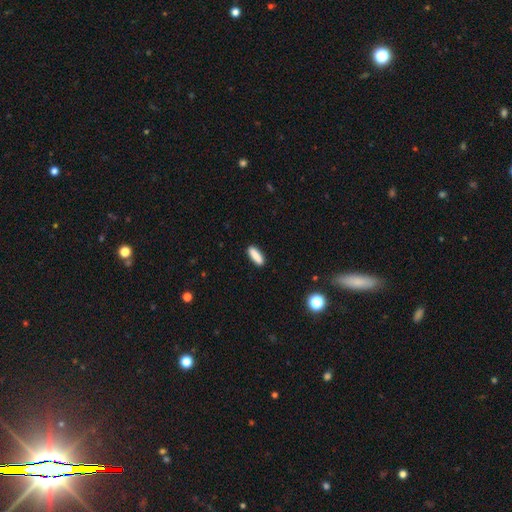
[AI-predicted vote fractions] Smooth or featured?
  - smooth: 87% *
  - star or artifact: 7%
  - featured or disk: 7%
How rounded?
  - in between: 49% * (tied)
  - cigar-shaped: 49% * (tied)
  - round: 2%
Merging?
  - none: 88% *
  - minor disturbance: 8%
  - major disturbance: 2%
  - merger: 1%